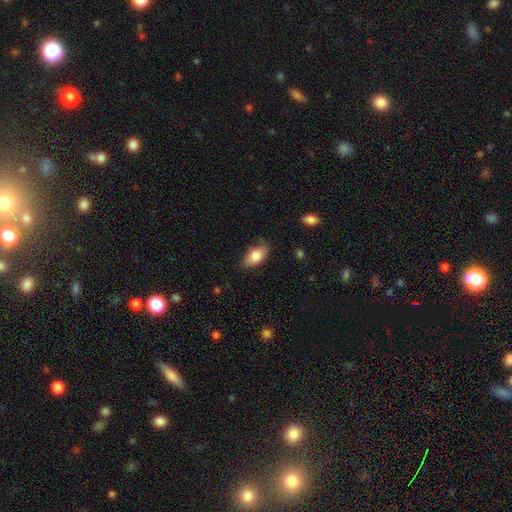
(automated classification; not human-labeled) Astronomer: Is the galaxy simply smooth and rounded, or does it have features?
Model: smooth — 79%.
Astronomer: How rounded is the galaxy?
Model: in between — 90%.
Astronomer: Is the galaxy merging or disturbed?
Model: none — 75%.